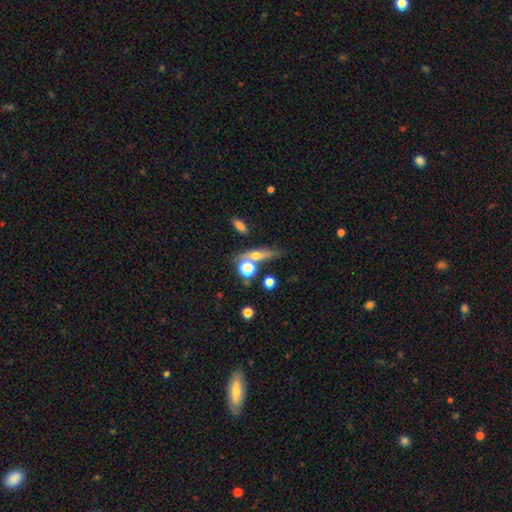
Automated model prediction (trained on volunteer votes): Overall: smooth (50%; featured or disk 34%). Merging: none (60%; merger 20%).